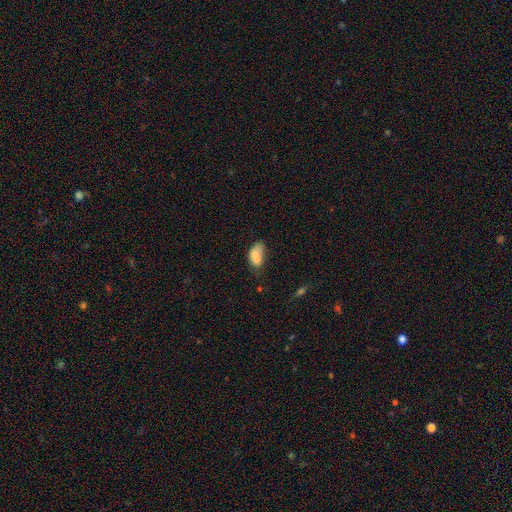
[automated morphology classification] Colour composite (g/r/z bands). It shows a smooth galaxy with no disk features (79%) that is in between round and cigar-shaped (92%). Merging: none (40%).